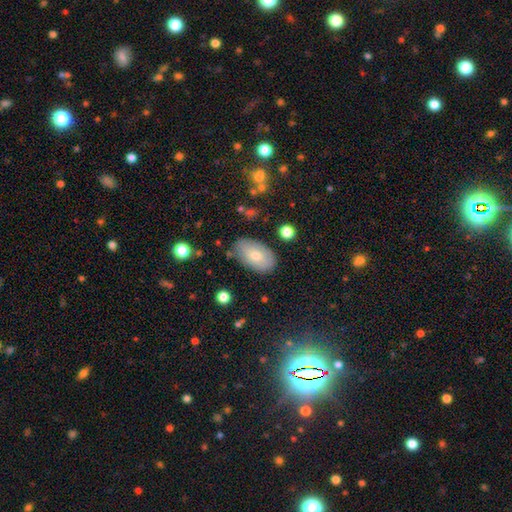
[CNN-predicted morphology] smooth_or_featured: smooth (p=0.71) [alt: featured or disk p=0.22]
how_rounded: in between (p=0.93) [alt: round p=0.05]
merging: none (p=0.75) [alt: minor disturbance p=0.18]